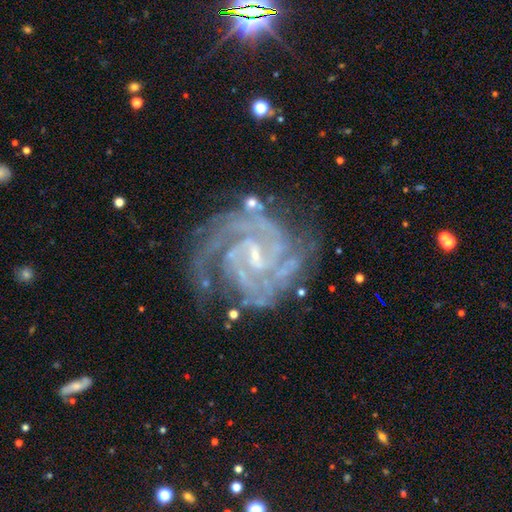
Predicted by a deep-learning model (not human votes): A featured or disk galaxy (92%) with a weak bar (54%), 2 (37%) tight (62%) spiral arms (99%) and a small central bulge (72%).

Vote fractions:
- Smooth or featured? featured or disk: 92% / star or artifact: 5% / smooth: 2%
- Edge-on disk? no: 98% / yes: 2%
- Bar? weak: 54% / strong: 26% / no: 20%
- Spiral arms? yes: 99% / no: 1%
- Spiral winding? tight: 62% / medium: 33% / loose: 4%
- Spiral arm count? 2: 37% / 3: 24% / can't tell: 13% / 4: 12% / more than 4: 7% / 1: 6%
- Bulge size? small: 72% / none: 14% / moderate: 12% / large: 1% / dominant: 1%
- Merging? none: 67% / minor disturbance: 19% / major disturbance: 11% / merger: 3%